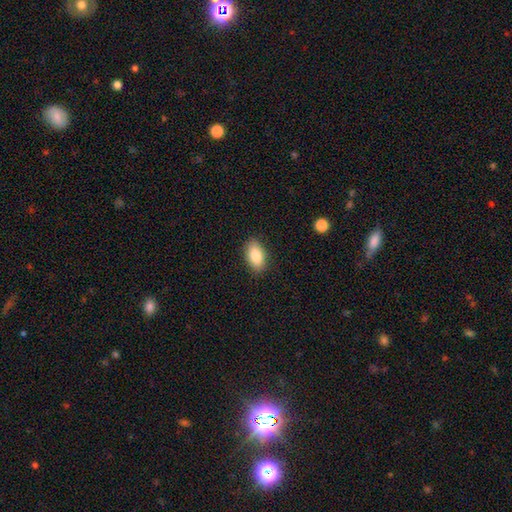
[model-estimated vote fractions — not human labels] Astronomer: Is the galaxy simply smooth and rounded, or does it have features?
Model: smooth — 85%.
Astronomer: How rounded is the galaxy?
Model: in between — 92%.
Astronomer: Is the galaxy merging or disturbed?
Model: none — 87%.